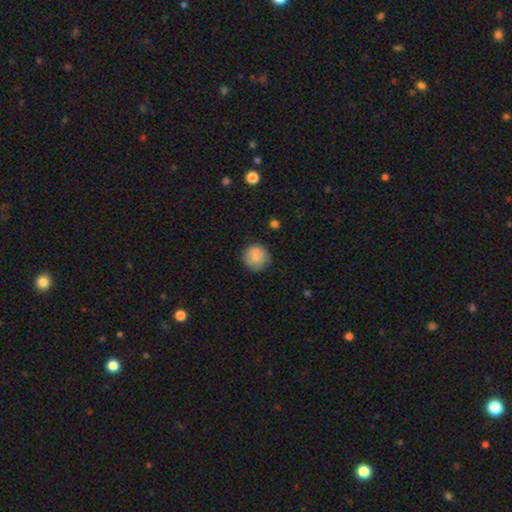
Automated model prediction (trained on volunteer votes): This is clearly a smooth galaxy (84%). How rounded: clearly round (94%). Merging: clearly none (84%).